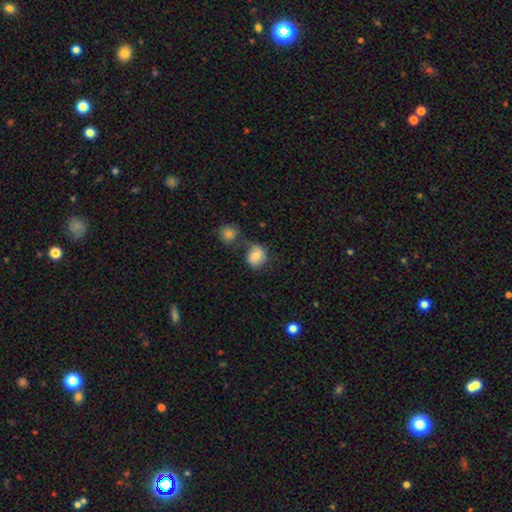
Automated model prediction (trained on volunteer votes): This is likely a smooth galaxy (71%). How rounded: likely round (70%). Merging: marginally none (40%).